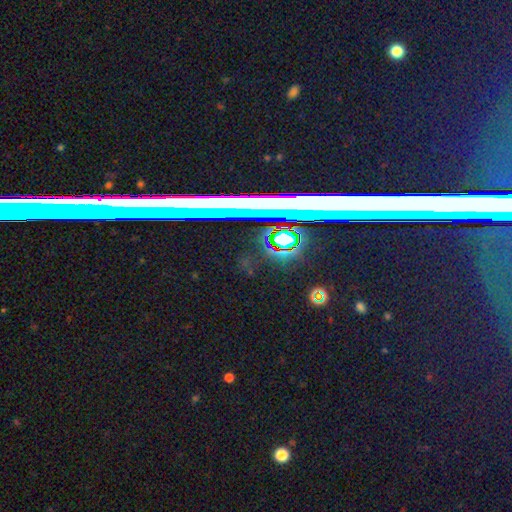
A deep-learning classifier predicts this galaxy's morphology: type=star or artifact (76%).